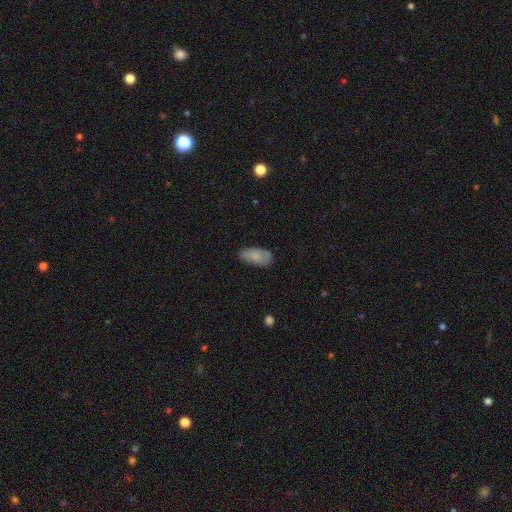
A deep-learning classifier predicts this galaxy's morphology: Overall: smooth (80%). How rounded: in between (93%). Merging: none (71%).